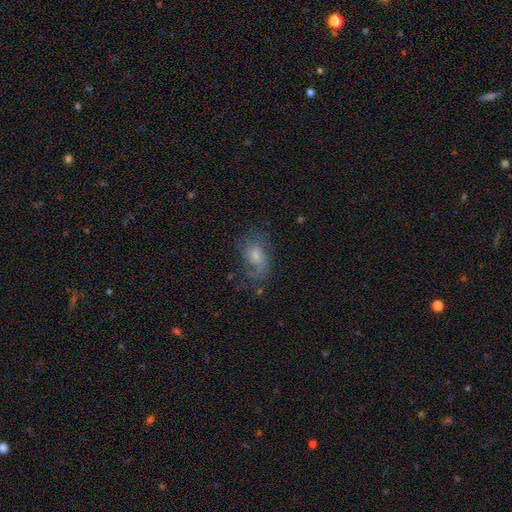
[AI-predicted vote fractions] Smooth or featured? featured or disk (60%)
Edge-on disk? no (96%)
Bar? no (67%)
Spiral arms? yes (85%)
Bulge size? moderate (46%)
Merging? none (57%)